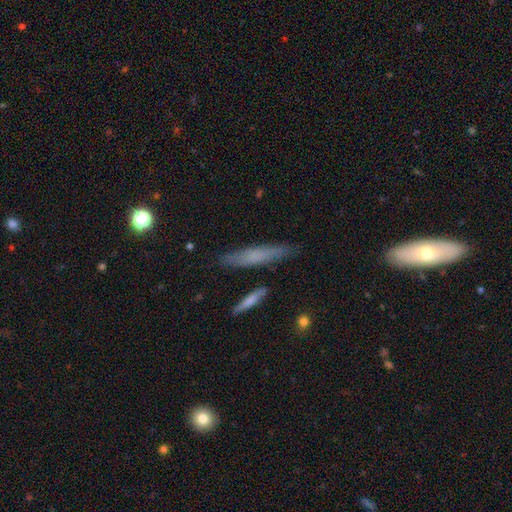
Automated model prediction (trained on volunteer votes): Smooth or featured? Predicted: smooth (p=0.57). How rounded? Predicted: cigar-shaped (p=0.89). Merging? Predicted: none (p=0.83).